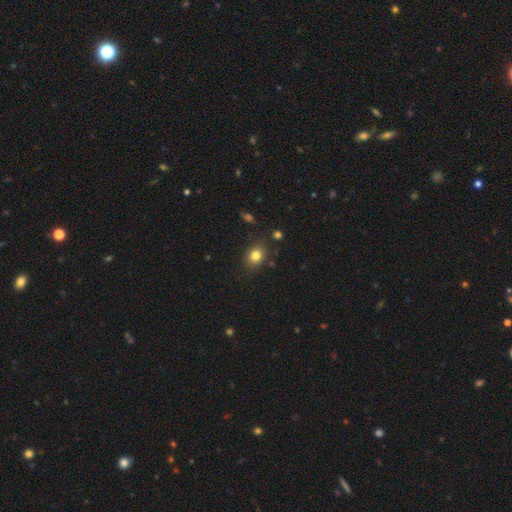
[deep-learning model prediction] A smooth galaxy with no disk features (81%) that is round (53%). Merging: none (84%).